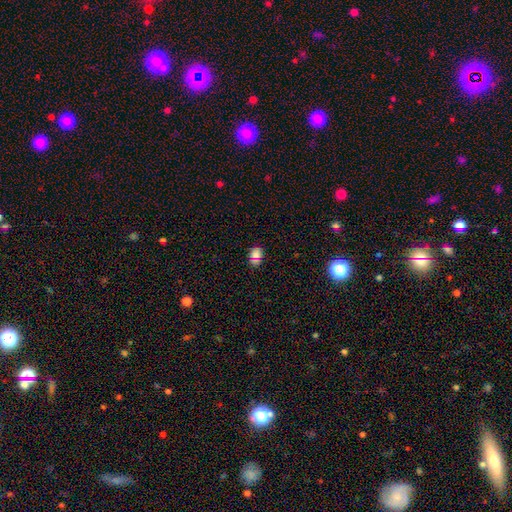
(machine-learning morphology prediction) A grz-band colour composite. It shows a smooth galaxy with no disk features (69%) that is in between round and cigar-shaped (62%). Merging: none (82%).